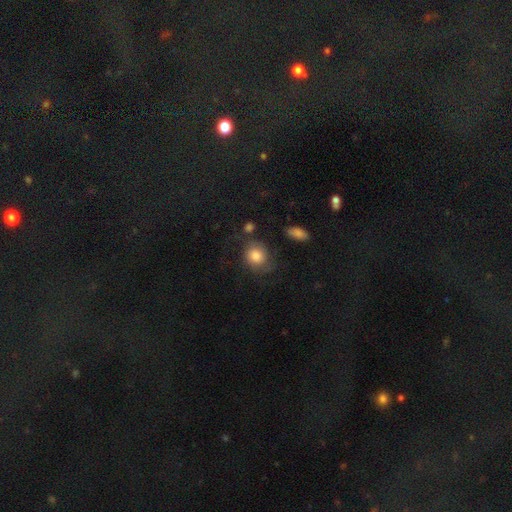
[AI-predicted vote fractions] The model was most divided on "merging": none: 56%, minor disturbance: 25%, major disturbance: 14%, merger: 5%. More confident: smooth or featured — smooth (74%); how rounded — round (71%).